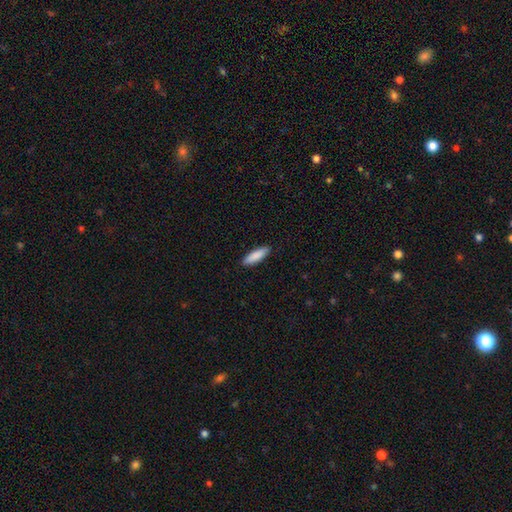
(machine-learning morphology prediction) type=smooth (88%); roundness=cigar-shaped (60%); merging=none (90%).